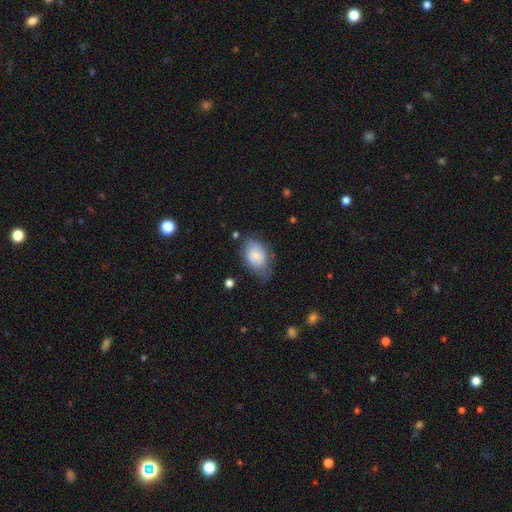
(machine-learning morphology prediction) Smooth or featured? smooth (73%)
How rounded? in between (85%)
Merging? none (56%)